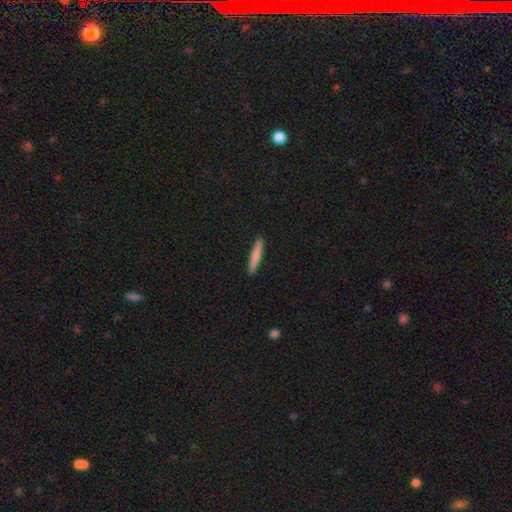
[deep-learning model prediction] Smooth or featured? Predicted: smooth (p=0.79). How rounded? Predicted: cigar-shaped (p=0.94). Merging? Predicted: none (p=0.92).